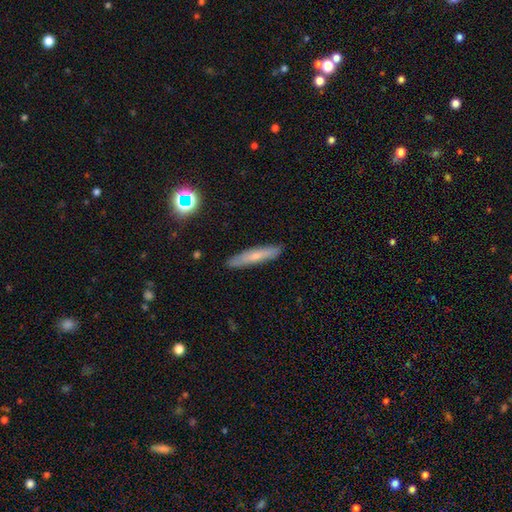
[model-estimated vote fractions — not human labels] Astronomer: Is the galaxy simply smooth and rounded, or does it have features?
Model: smooth — 61%.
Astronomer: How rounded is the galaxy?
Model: cigar-shaped — 90%.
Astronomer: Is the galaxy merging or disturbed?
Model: none — 88%.